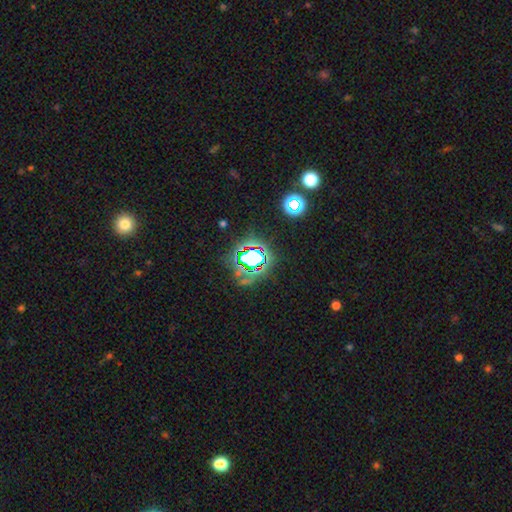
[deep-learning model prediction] This appears to be a star or artifact, not a galaxy (66%).